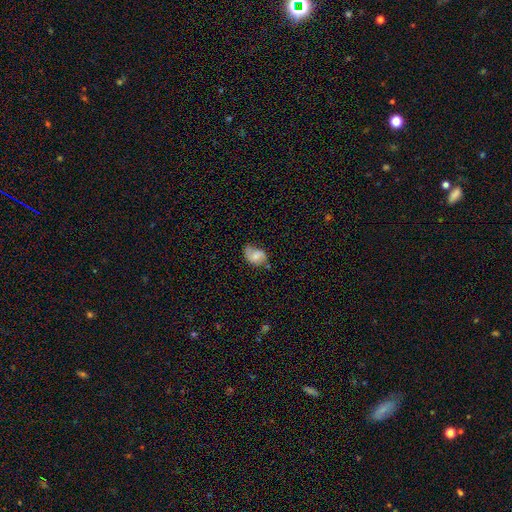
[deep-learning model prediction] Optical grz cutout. It shows a smooth galaxy with no disk features (47%). Merging: none (51%).